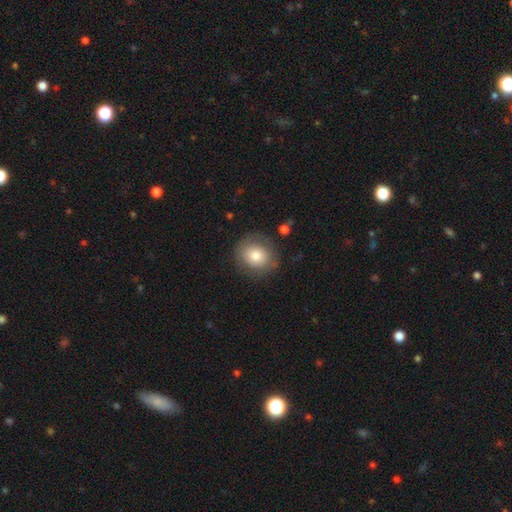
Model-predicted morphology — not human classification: The model was most divided on "smooth or featured": smooth: 75%, featured or disk: 16%, star or artifact: 8%. More confident: how rounded — round (83%); merging — none (81%).